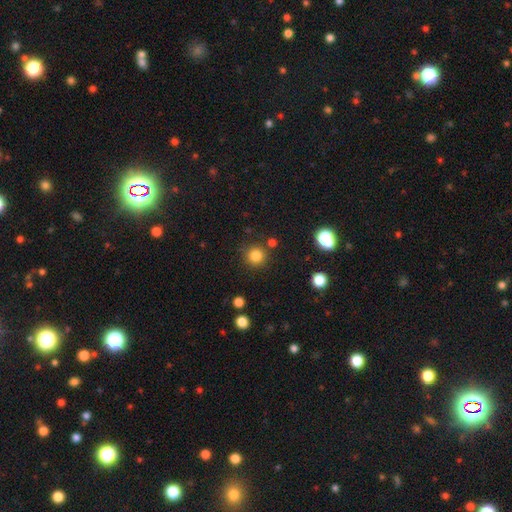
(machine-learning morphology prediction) Q: Smooth or featured?
A: smooth (82%); runner-up: star or artifact (13%)
Q: How rounded?
A: round (94%); runner-up: in between (5%)
Q: Merging?
A: none (85%); runner-up: minor disturbance (7%)